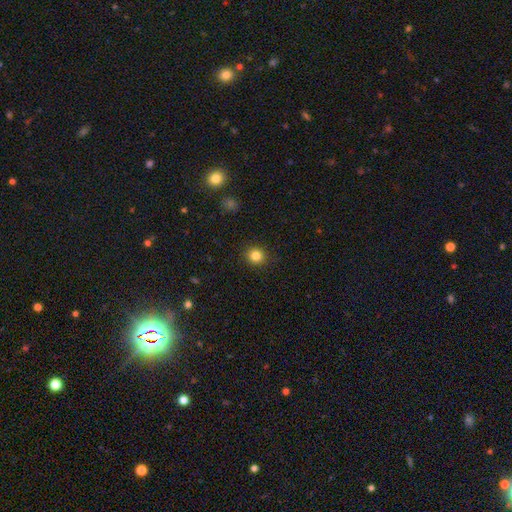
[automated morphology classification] Smooth or featured: smooth — 84% (star or artifact — 12%)
How rounded: round — 89% (in between — 10%)
Merging: none — 91% (minor disturbance — 6%)